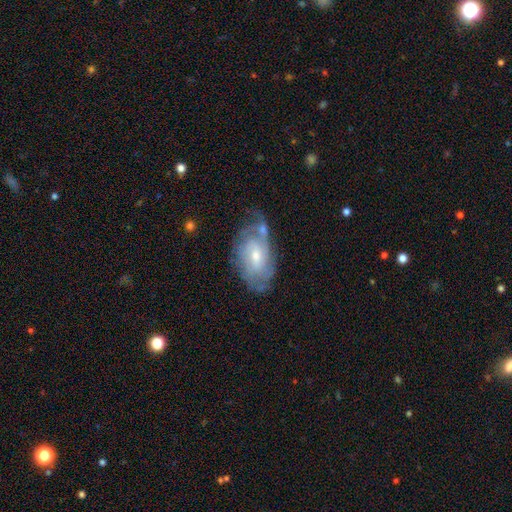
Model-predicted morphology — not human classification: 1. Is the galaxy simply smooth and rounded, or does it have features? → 66% featured or disk, 27% smooth, 7% star or artifact.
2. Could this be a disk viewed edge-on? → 94% no, 6% yes.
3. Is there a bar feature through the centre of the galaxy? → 55% no, 38% weak, 6% strong.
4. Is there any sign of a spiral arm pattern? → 80% yes, 20% no.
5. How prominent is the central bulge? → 49% moderate, 45% small, 3% large, 2% none, 1% dominant.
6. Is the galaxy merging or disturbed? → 47% none, 28% minor disturbance, 15% major disturbance, 10% merger.